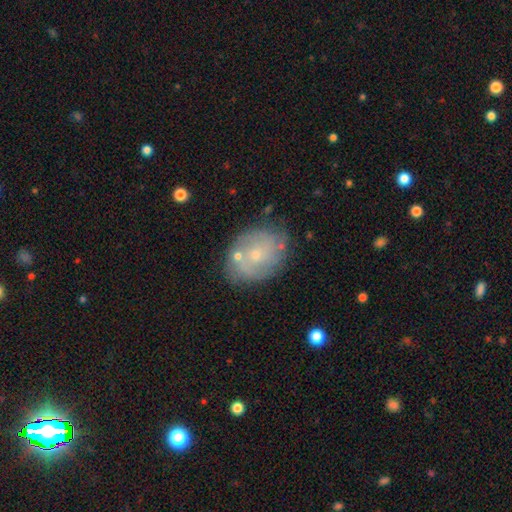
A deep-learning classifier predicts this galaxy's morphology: A featured or disk galaxy (57%) with no bar (80%), spiral arms (69%) and a small central bulge (75%).

Vote fractions:
- Smooth or featured? featured or disk: 57% / smooth: 34% / star or artifact: 9%
- Edge-on disk? no: 97% / yes: 3%
- Bar? no: 80% / weak: 18% / strong: 3%
- Spiral arms? yes: 69% / no: 31%
- Bulge size? small: 75% / moderate: 20% / none: 3% / large: 1% / dominant: 1%
- Merging? none: 69% / minor disturbance: 18% / merger: 7% / major disturbance: 6%